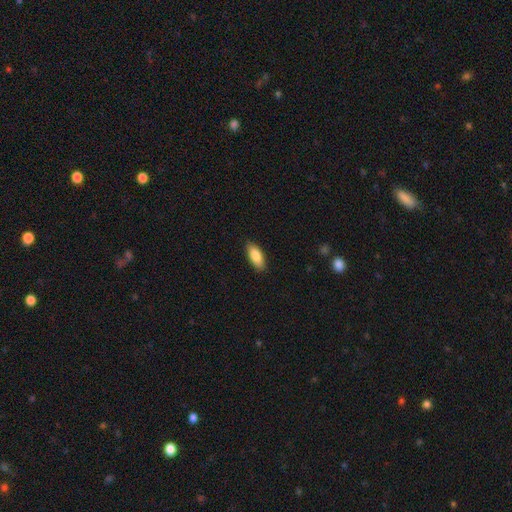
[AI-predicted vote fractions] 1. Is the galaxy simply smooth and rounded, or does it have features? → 85% smooth, 9% featured or disk, 6% star or artifact.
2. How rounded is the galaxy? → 81% in between, 17% cigar-shaped, 2% round.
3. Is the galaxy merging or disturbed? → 88% none, 9% minor disturbance, 2% major disturbance, 1% merger.